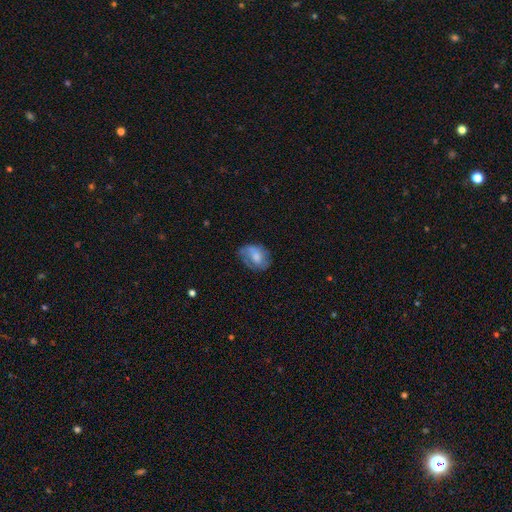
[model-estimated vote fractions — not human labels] The model was most divided on "smooth or featured": smooth: 56%, featured or disk: 36%, star or artifact: 8%. More confident: how rounded — in between (75%); merging — none (52%).